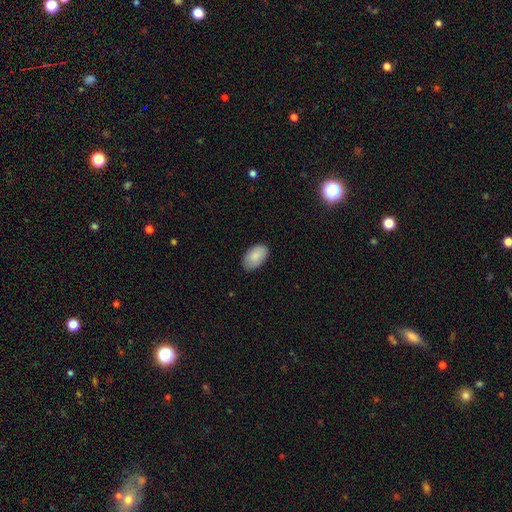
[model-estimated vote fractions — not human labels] The model was most divided on "merging": none: 83%, minor disturbance: 13%, major disturbance: 2%, merger: 1%. More confident: how rounded — in between (94%); smooth or featured — smooth (86%).